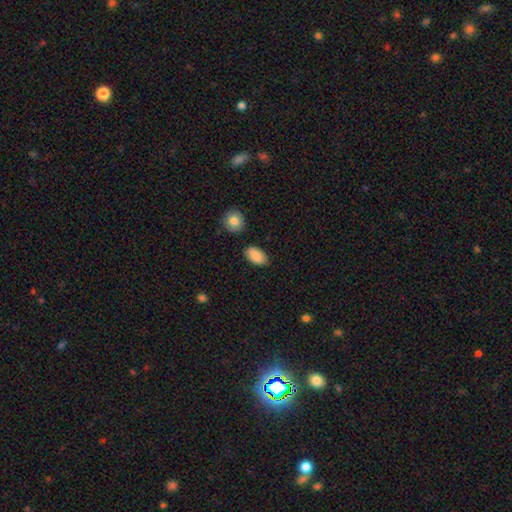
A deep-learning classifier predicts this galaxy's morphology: A smooth galaxy with no disk features (89%) that is in between round and cigar-shaped (93%).

Vote fractions:
- Smooth or featured? smooth: 89% / star or artifact: 7% / featured or disk: 4%
- How rounded? in between: 93% / round: 5% / cigar-shaped: 2%
- Merging? none: 83% / minor disturbance: 11% / merger: 3% / major disturbance: 3%